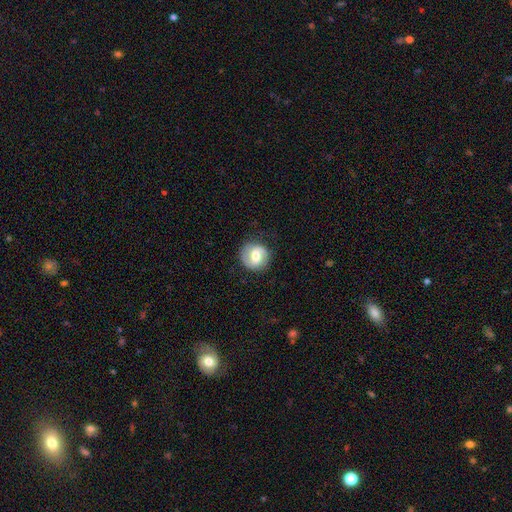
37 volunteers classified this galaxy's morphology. type=featured or disk (51%); edge-on=no (100%); bar=weak (58%); spiral arms=yes (89%); winding=medium (35%, tied with loose); arm count=2 (76%); bulge=moderate (79%); merging=none (89%).